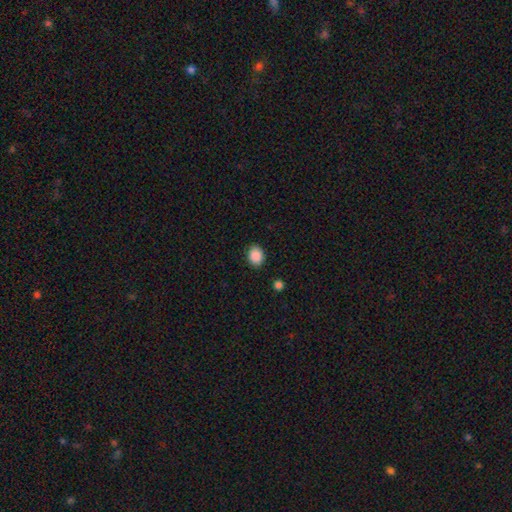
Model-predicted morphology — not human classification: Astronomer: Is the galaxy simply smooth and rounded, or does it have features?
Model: smooth — 89%.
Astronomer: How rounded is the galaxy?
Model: in between — 50% (runner-up: round, 49%).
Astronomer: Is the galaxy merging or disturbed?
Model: none — 88%.